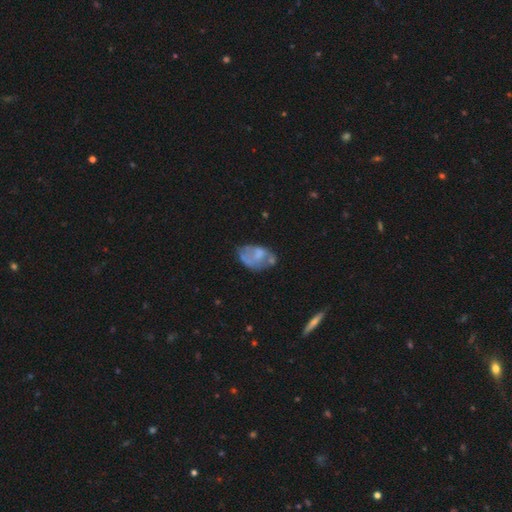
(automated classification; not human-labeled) smooth-or-featured: featured or disk: 49% | smooth: 42% | star or artifact: 9%
  merging: none: 40% | minor disturbance: 28% | major disturbance: 20% | merger: 12%